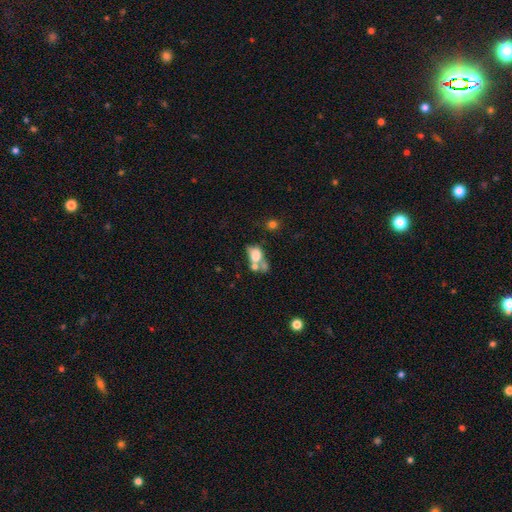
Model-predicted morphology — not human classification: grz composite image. It shows a smooth galaxy with no disk features (66%) that is in between round and cigar-shaped (73%). Merging: merger (54%).